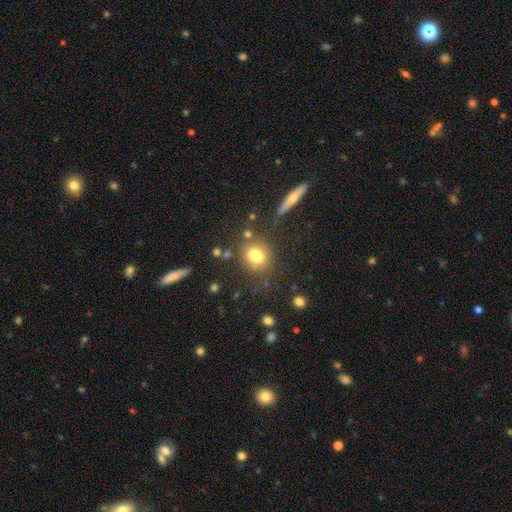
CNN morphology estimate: A smooth galaxy with no disk features (73%) that is in between round and cigar-shaped (55%). Merging: none (64%).